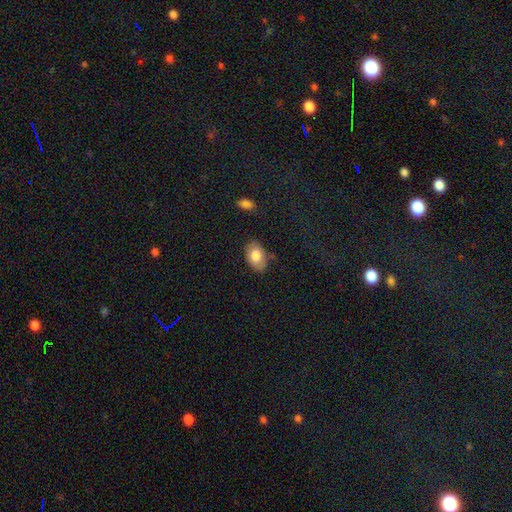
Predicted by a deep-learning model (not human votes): Smooth or featured? Predicted: smooth (p=0.79). How rounded? Predicted: in between (p=0.91). Merging? Predicted: none (p=0.78).